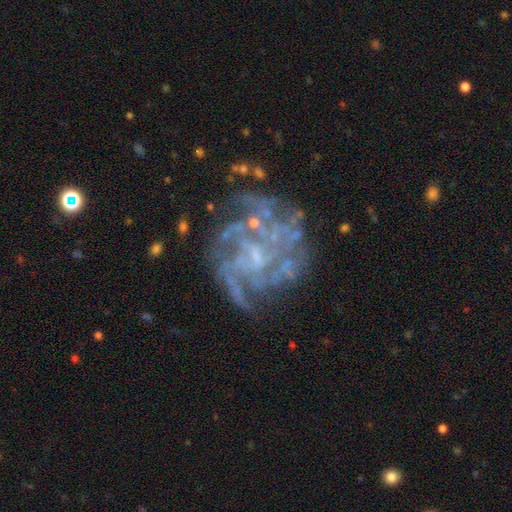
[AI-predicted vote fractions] smooth_or_featured: featured or disk (p=0.82) [alt: star or artifact p=0.10]
disk_edge_on: no (p=0.98) [alt: yes p=0.02]
bar: no (p=0.56) [alt: weak p=0.35]
has_spiral_arms: yes (p=0.81) [alt: no p=0.19]
spiral_winding: tight (p=0.51) [alt: medium p=0.35]
spiral_arm_count: can't tell (p=0.39) [alt: 4 p=0.18]
bulge_size: small (p=0.47) [alt: none p=0.36]
merging: none (p=0.61) [alt: minor disturbance p=0.18]